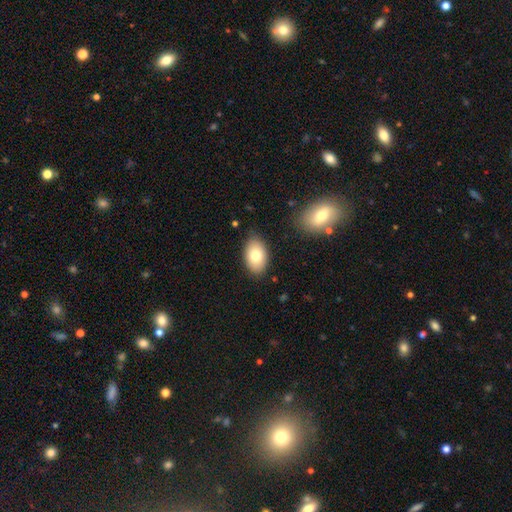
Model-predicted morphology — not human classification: Smooth or featured: smooth — 76% (featured or disk — 16%)
How rounded: in between — 90% (round — 8%)
Merging: none — 84% (minor disturbance — 11%)